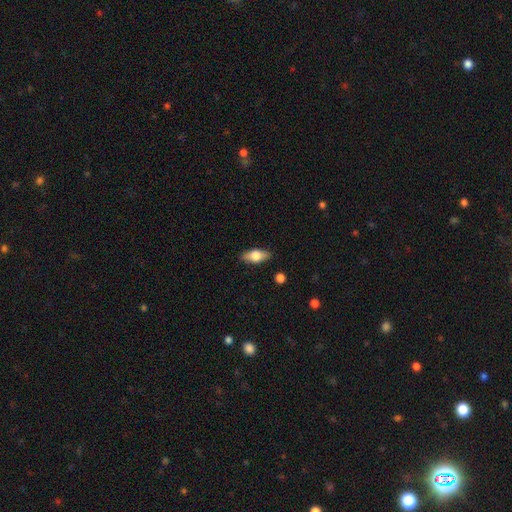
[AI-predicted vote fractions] Smooth or featured? Predicted: smooth (p=0.63). How rounded? Predicted: in between (p=0.77). Merging? Predicted: none (p=0.86).